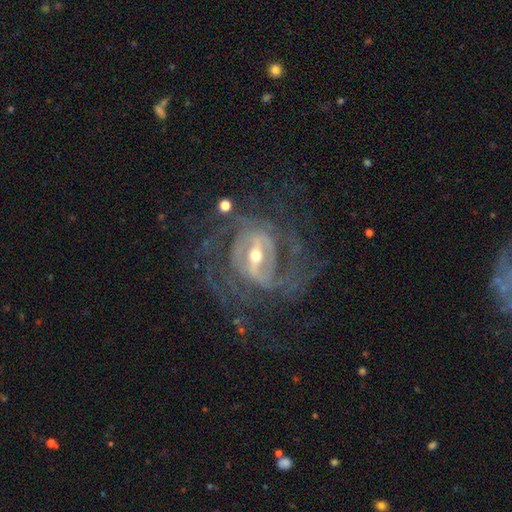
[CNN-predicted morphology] Smooth or featured: featured or disk — 89% (star or artifact — 6%)
Edge-on disk: no — 96% (yes — 4%)
Bar: strong — 56% (weak — 33%)
Spiral arms: yes — 94% (no — 6%)
Spiral winding: tight — 44% (medium — 41%)
Spiral arm count: 2 — 37% (can't tell — 25%)
Bulge size: moderate — 49% (small — 45%)
Merging: none — 62% (major disturbance — 21%)